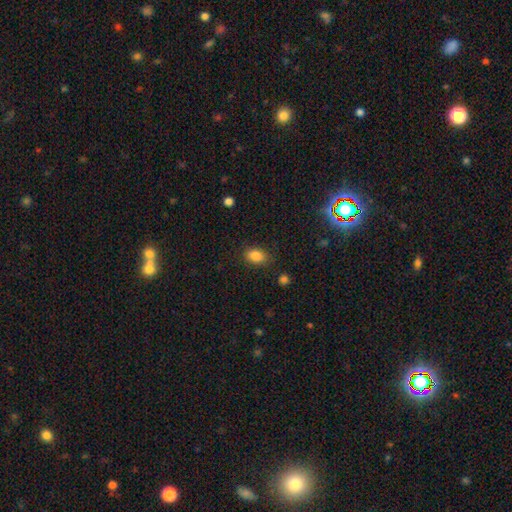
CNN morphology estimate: Q: Smooth or featured?
A: smooth (85%); runner-up: star or artifact (10%)
Q: How rounded?
A: in between (81%); runner-up: round (17%)
Q: Merging?
A: none (82%); runner-up: minor disturbance (13%)